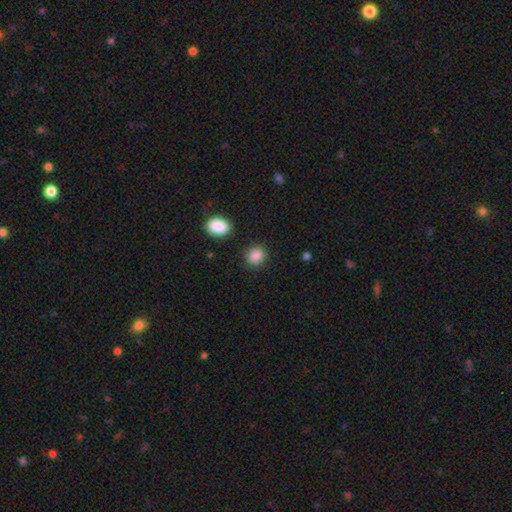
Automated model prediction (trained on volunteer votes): Q: Smooth or featured?
A: smooth (88%); runner-up: star or artifact (9%)
Q: How rounded?
A: round (72%); runner-up: in between (27%)
Q: Merging?
A: none (87%); runner-up: minor disturbance (8%)